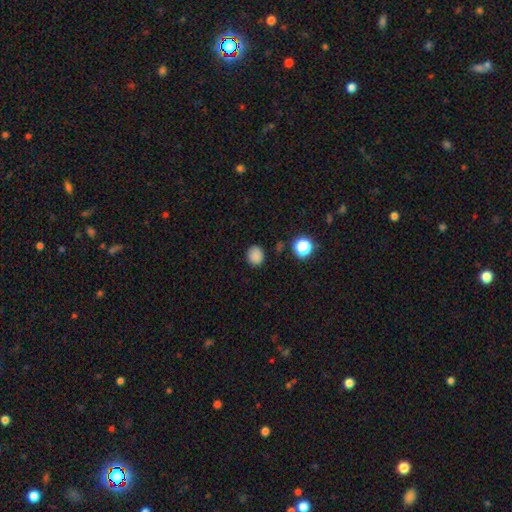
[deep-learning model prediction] Q: Smooth or featured?
A: smooth (83%); runner-up: star or artifact (14%)
Q: How rounded?
A: round (77%); runner-up: in between (22%)
Q: Merging?
A: none (85%); runner-up: minor disturbance (10%)